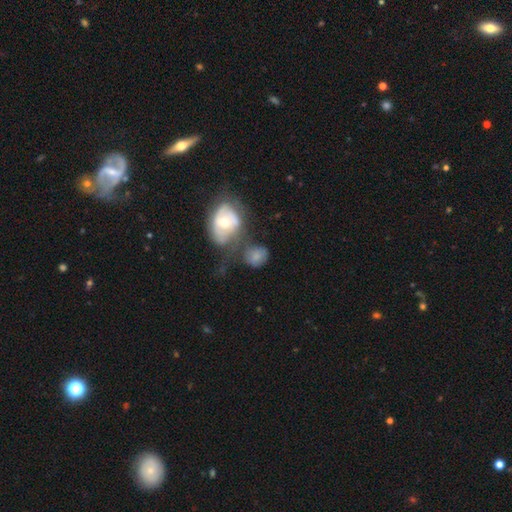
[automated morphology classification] smooth 58%, featured or disk 33%, star or artifact 8%. Down the decision tree: how rounded — round (54%); merging — none (33%).